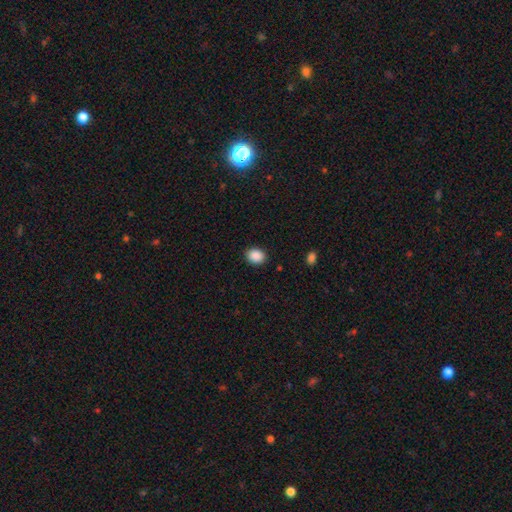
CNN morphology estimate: Smooth or featured: smooth — 89% (star or artifact — 8%)
How rounded: in between — 52% (round — 47%)
Merging: none — 90% (minor disturbance — 7%)